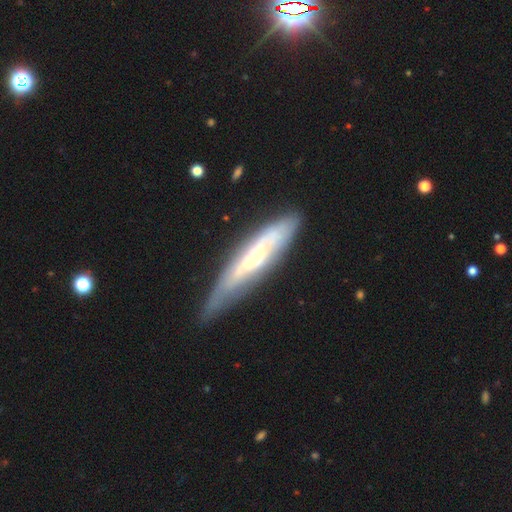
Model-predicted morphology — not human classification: Smooth or featured?
  - featured or disk: 59% *
  - smooth: 35%
  - star or artifact: 6%
Edge-on disk?
  - yes: 61% *
  - no: 39%
Merging?
  - none: 62% *
  - minor disturbance: 28%
  - major disturbance: 8%
  - merger: 2%